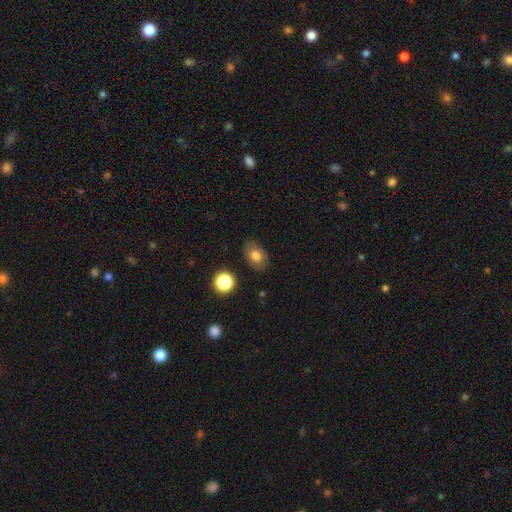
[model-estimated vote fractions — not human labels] The model was most divided on "how rounded": in between: 79%, round: 20%, cigar-shaped: 1%. More confident: merging — none (82%); smooth or featured — smooth (76%).